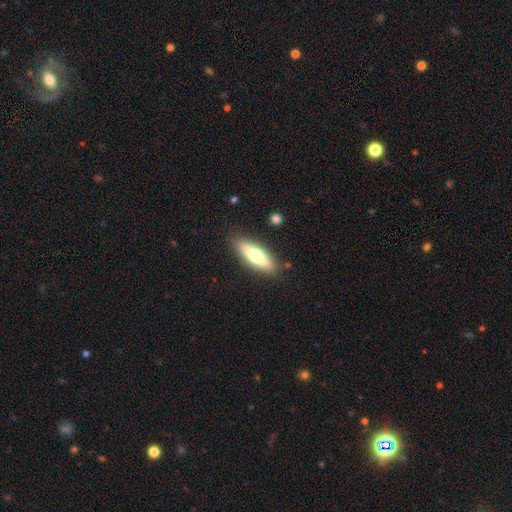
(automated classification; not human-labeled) A smooth galaxy with no disk features (59%) that is cigar-shaped (50%).

Vote fractions:
- Smooth or featured? smooth: 59% / featured or disk: 35% / star or artifact: 6%
- How rounded? cigar-shaped: 50% / in between: 48% / round: 2%
- Merging? none: 87% / minor disturbance: 9% / major disturbance: 2% / merger: 2%